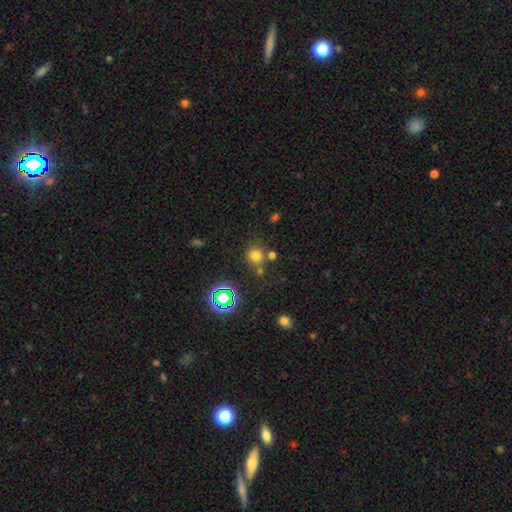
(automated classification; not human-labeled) Morphology: type=smooth (69%); roundness=round (86%); merging=none (68%).